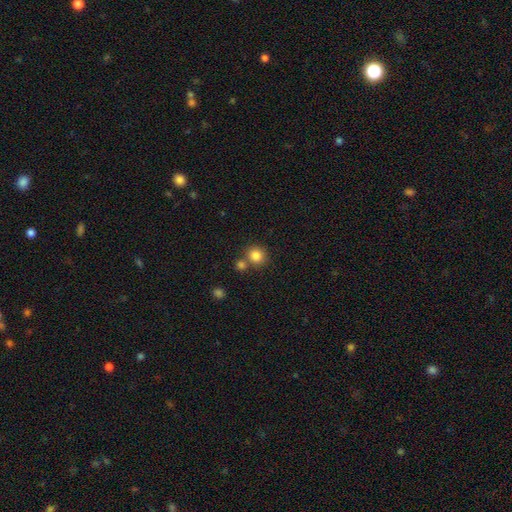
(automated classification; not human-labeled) smooth-or-featured: smooth: 83% | star or artifact: 11% | featured or disk: 6%
  how-rounded: round: 88% | in between: 11% | cigar-shaped: 1%
  merging: none: 65% | merger: 23% | minor disturbance: 8% | major disturbance: 3%